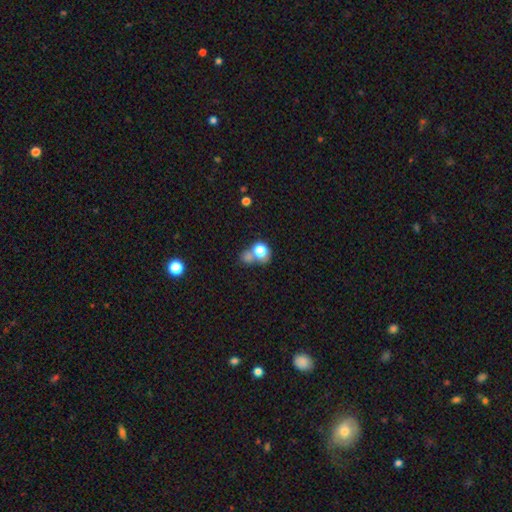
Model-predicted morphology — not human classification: Overall: smooth (71%). How rounded: round (67%; in between 31%). Merging: merger (45%; none 38%).